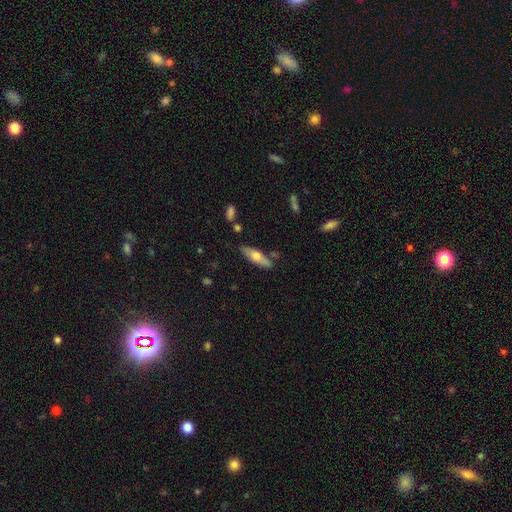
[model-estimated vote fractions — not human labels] Smooth or featured: smooth — 56% (featured or disk — 38%)
How rounded: cigar-shaped — 57% (in between — 41%)
Merging: none — 75% (minor disturbance — 16%)